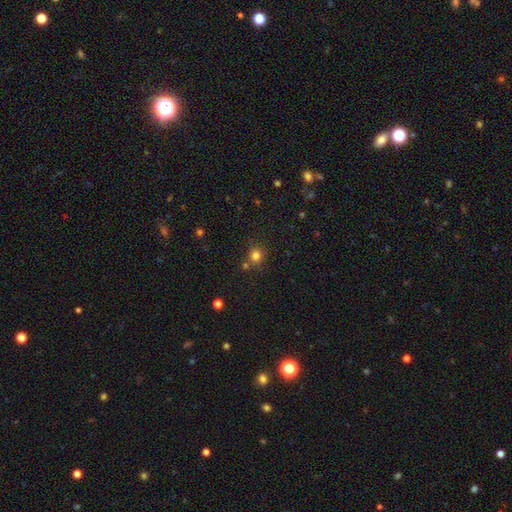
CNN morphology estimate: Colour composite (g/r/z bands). It shows a smooth galaxy with no disk features (78%) that is round (87%). Merging: none (73%).